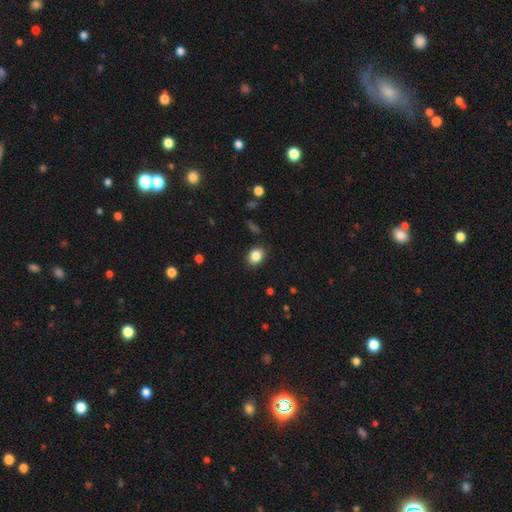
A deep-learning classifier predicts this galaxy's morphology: smooth-or-featured: smooth: 85% | star or artifact: 9% | featured or disk: 5%
  how-rounded: in between: 62% | round: 37% | cigar-shaped: 1%
  merging: none: 86% | minor disturbance: 10% | major disturbance: 2% | merger: 1%